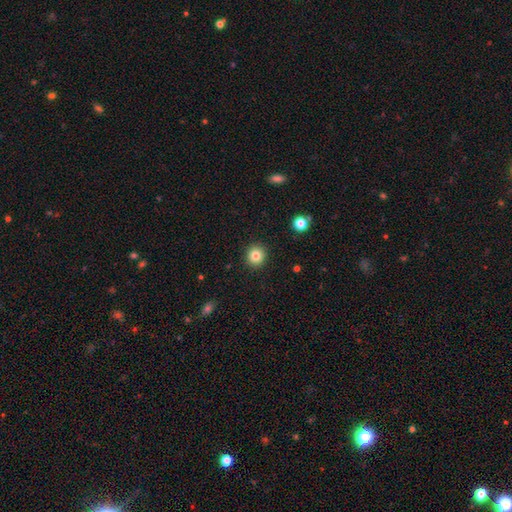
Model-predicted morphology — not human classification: The model was most divided on "smooth or featured": smooth: 83%, star or artifact: 10%, featured or disk: 6%. More confident: merging — none (92%); how rounded — round (90%).